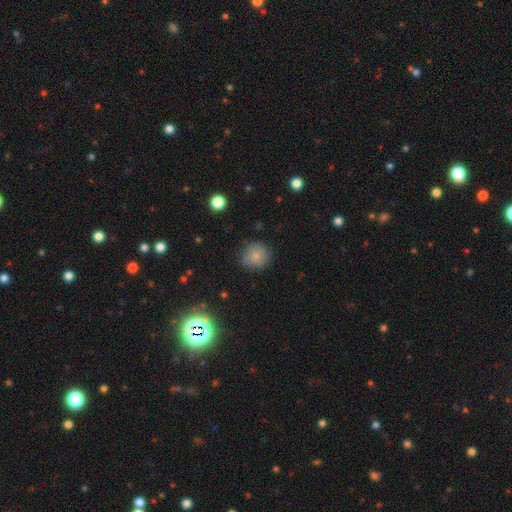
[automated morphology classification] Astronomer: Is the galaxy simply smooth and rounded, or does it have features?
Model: smooth — 72%.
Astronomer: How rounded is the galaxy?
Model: round — 88%.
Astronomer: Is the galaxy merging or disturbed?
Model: none — 73%.